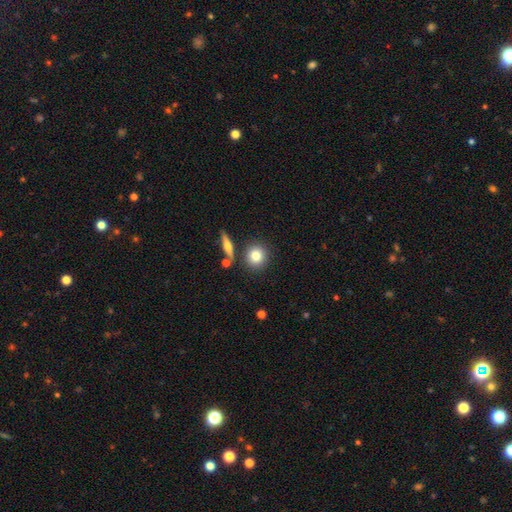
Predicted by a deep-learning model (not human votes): Overall: smooth (80%). How rounded: round (86%). Merging: none (81%).